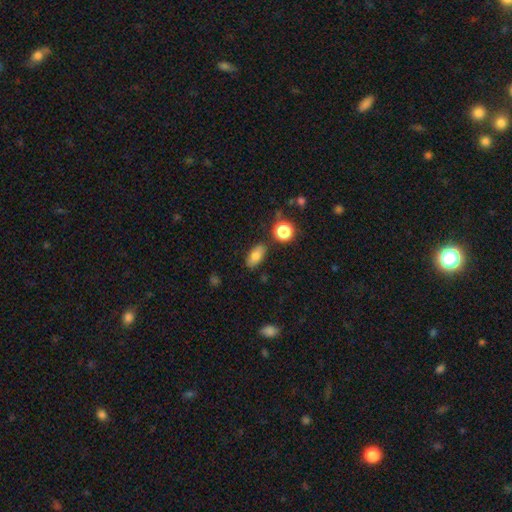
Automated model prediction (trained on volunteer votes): Smooth or featured?
  - smooth: 78% *
  - star or artifact: 11%
  - featured or disk: 11%
How rounded?
  - in between: 86% *
  - round: 8%
  - cigar-shaped: 6%
Merging?
  - none: 81% *
  - minor disturbance: 11%
  - merger: 4%
  - major disturbance: 3%